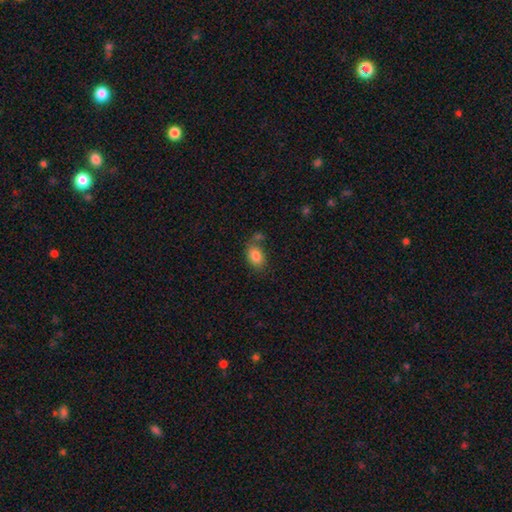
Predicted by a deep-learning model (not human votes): smooth 83%, featured or disk 9%, star or artifact 8%. Down the decision tree: how rounded — in between (82%); merging — none (58%).